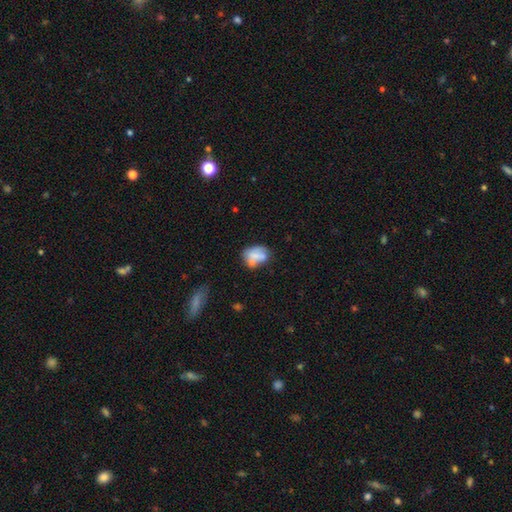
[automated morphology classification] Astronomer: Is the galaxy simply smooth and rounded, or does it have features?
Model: smooth — 60%.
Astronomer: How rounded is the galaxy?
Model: in between — 74%.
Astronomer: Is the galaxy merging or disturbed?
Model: none — 40% (runner-up: minor disturbance, 25%).